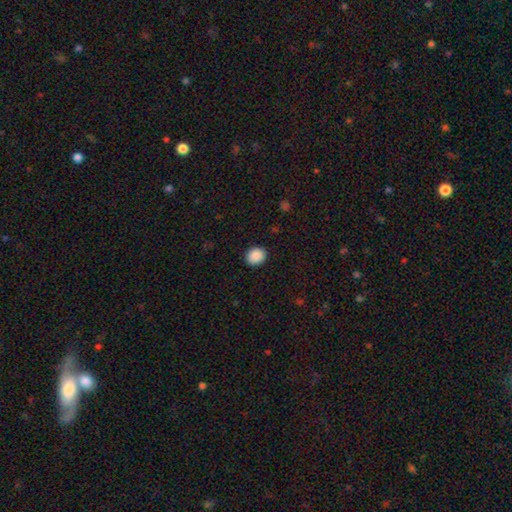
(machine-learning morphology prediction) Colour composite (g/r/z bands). It shows a smooth galaxy with no disk features (89%) that is round (71%). Merging: none (91%).